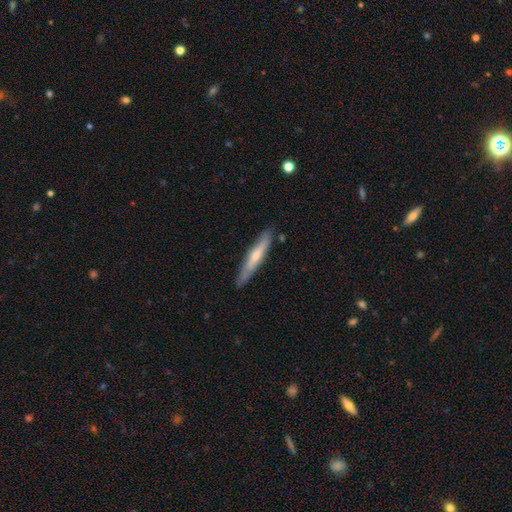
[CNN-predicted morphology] Q: Smooth or featured?
A: smooth (52%); runner-up: featured or disk (43%)
Q: How rounded?
A: cigar-shaped (91%); runner-up: in between (7%)
Q: Merging?
A: none (84%); runner-up: minor disturbance (12%)